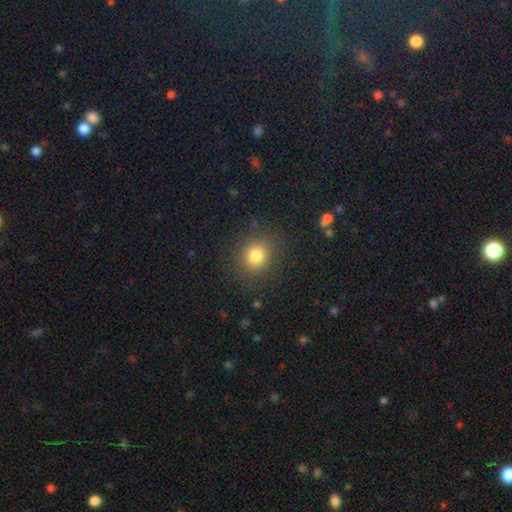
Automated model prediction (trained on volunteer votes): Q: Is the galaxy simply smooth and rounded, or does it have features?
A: smooth — 81%.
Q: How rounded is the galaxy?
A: round — 74%.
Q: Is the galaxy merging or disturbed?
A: none — 86%.